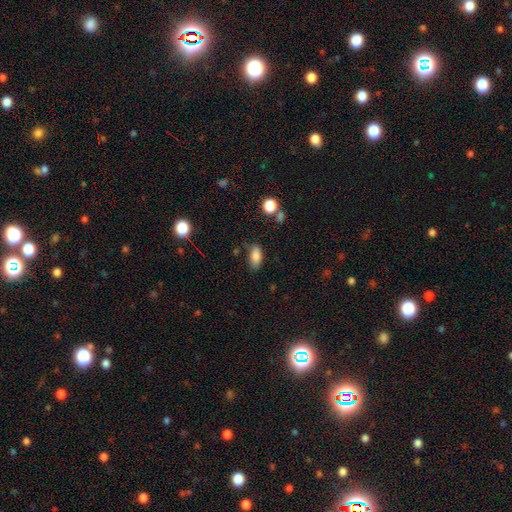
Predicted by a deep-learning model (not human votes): Smooth or featured: smooth — 85% (star or artifact — 9%)
How rounded: in between — 89% (cigar-shaped — 7%)
Merging: none — 73% (minor disturbance — 19%)